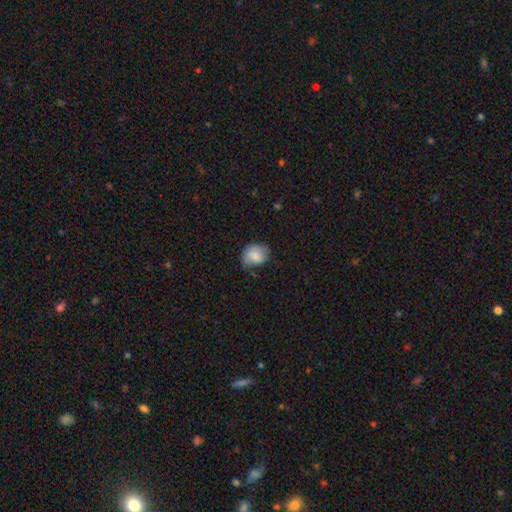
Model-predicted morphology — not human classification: Smooth or featured: smooth — 79% (featured or disk — 13%)
How rounded: in between — 55% (round — 44%)
Merging: none — 56% (minor disturbance — 33%)